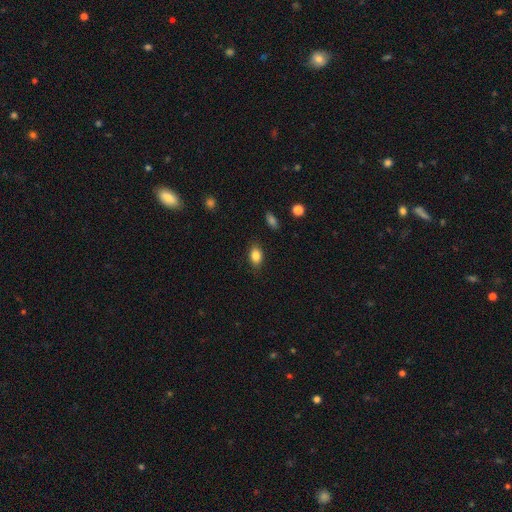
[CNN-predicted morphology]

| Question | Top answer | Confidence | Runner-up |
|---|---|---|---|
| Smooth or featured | smooth | 85% | star or artifact (9%) |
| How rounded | in between | 80% | round (18%) |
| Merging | none | 84% | minor disturbance (12%) |